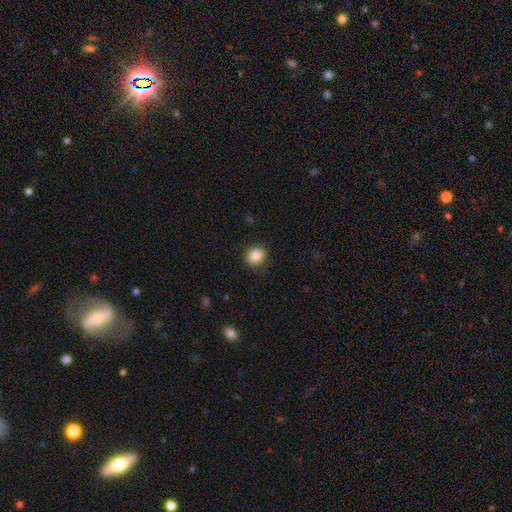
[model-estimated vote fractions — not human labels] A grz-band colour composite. It shows a smooth galaxy with no disk features (87%) that is round (63%). Merging: none (87%).